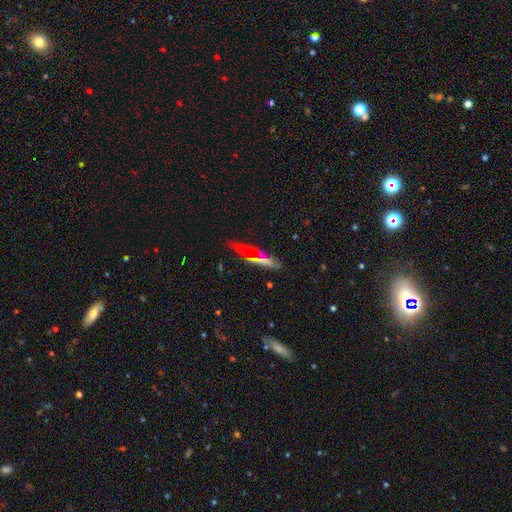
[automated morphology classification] This is possibly a smooth galaxy (56%). How rounded: likely cigar-shaped (78%). Merging: likely none (79%).